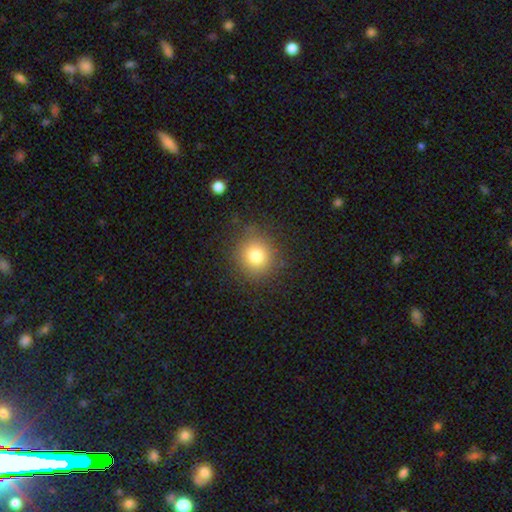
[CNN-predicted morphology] Smooth or featured? Predicted: smooth (p=0.79). How rounded? Predicted: round (p=0.88). Merging? Predicted: none (p=0.85).